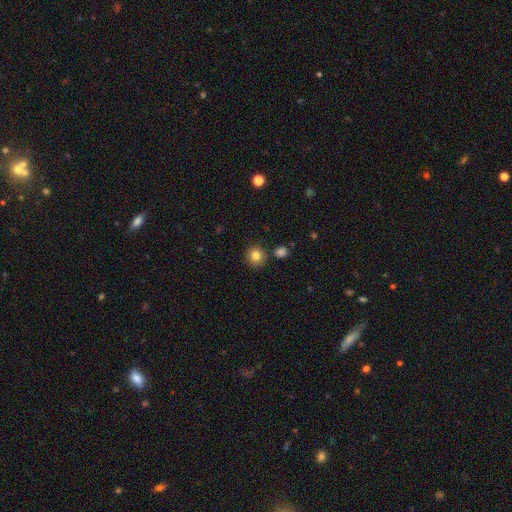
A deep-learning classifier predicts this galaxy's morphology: Smooth or featured: smooth — 82% (star or artifact — 11%)
How rounded: round — 90% (in between — 9%)
Merging: none — 86% (minor disturbance — 7%)